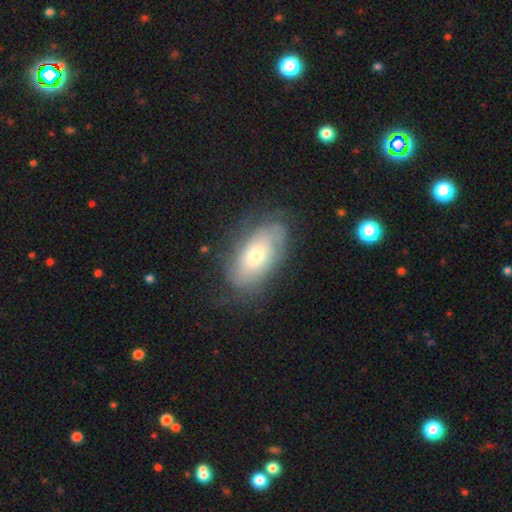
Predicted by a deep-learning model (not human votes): Overall: featured or disk (61%; smooth 31%). Edge-on disk: no (91%). Bar: no (77%). Spiral arms: yes (79%). Bulge size: moderate (61%; small 30%). Merging: none (73%).